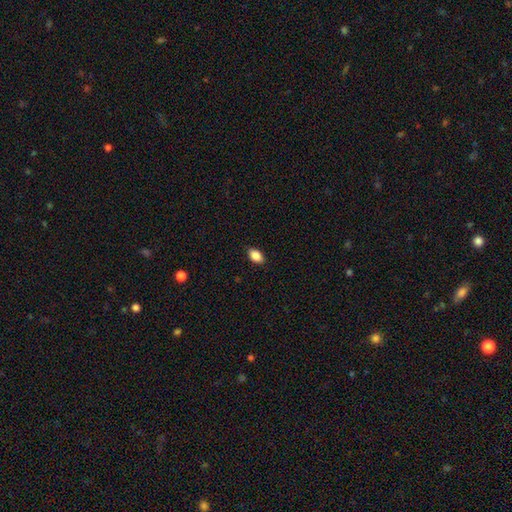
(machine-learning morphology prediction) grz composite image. It shows a smooth galaxy with no disk features (88%) that is in between round and cigar-shaped (89%). Merging: none (86%).